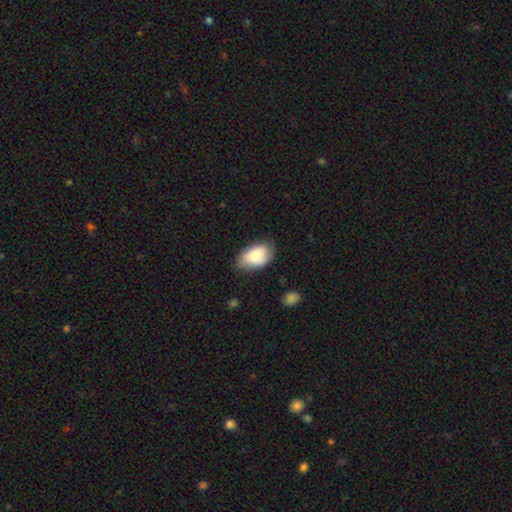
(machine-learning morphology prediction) Smooth or featured? smooth (82%)
How rounded? in between (93%)
Merging? none (67%)